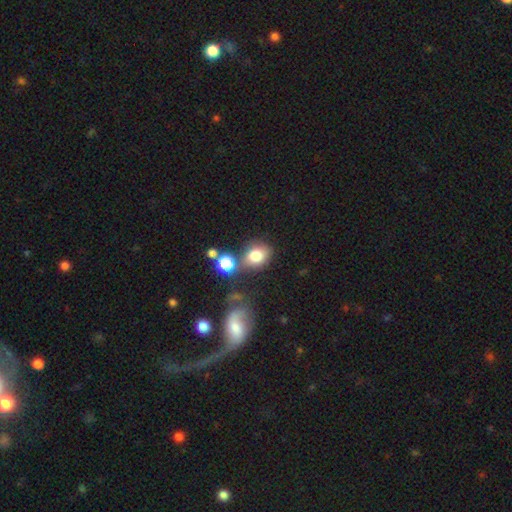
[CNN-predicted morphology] smooth 78%, star or artifact 12%, featured or disk 10%. Down the decision tree: how rounded — in between (54%); merging — none (55%).